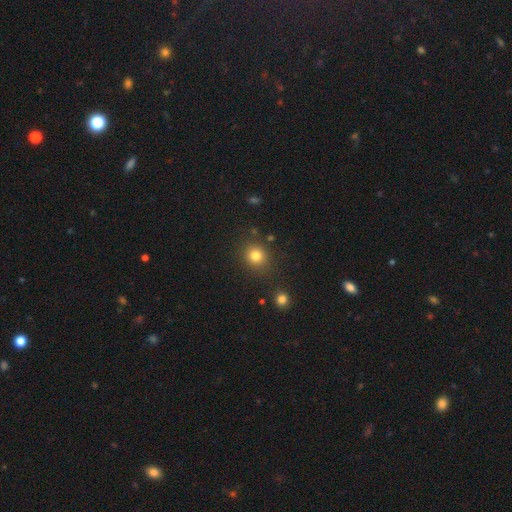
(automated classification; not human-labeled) Morphology: type=smooth (81%); roundness=round (83%); merging=none (83%).